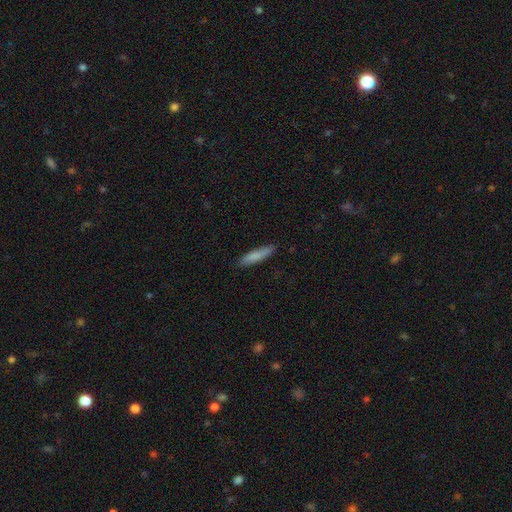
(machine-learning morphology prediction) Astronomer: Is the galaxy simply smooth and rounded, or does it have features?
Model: smooth — 84%.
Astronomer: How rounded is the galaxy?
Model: cigar-shaped — 84%.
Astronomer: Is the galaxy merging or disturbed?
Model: none — 87%.